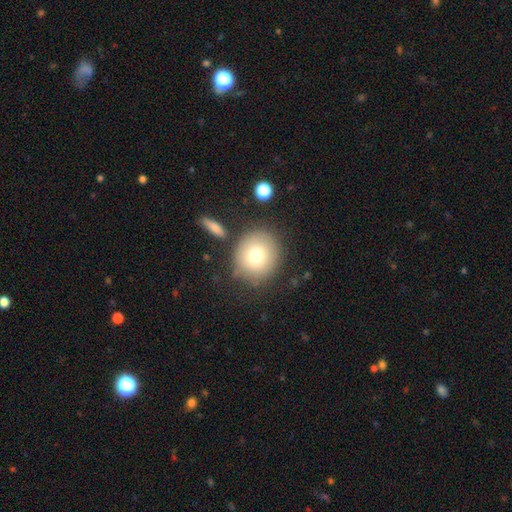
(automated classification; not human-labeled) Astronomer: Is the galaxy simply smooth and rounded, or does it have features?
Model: smooth — 74%.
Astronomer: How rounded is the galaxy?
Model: round — 85%.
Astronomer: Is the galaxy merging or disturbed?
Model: none — 77%.